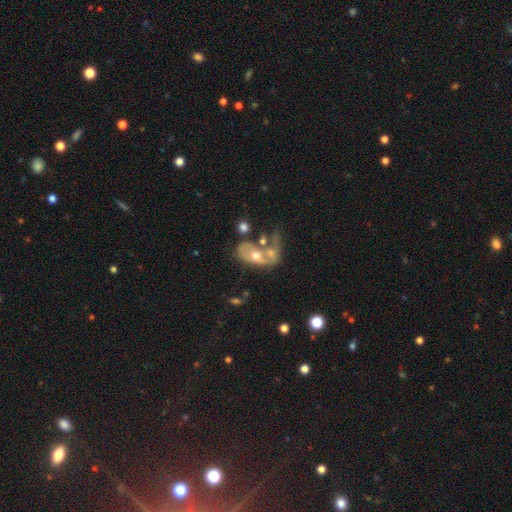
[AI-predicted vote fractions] Smooth or featured?
  - featured or disk: 56% *
  - smooth: 36%
  - star or artifact: 8%
Edge-on disk?
  - no: 91% *
  - yes: 9%
Bar?
  - no: 76% *
  - weak: 18%
  - strong: 6%
Spiral arms?
  - no: 62% *
  - yes: 38%
Bulge size?
  - moderate: 69% *
  - small: 19%
  - large: 8%
  - none: 3%
  - dominant: 1%
Merging?
  - merger: 56% *
  - major disturbance: 18%
  - none: 16%
  - minor disturbance: 10%